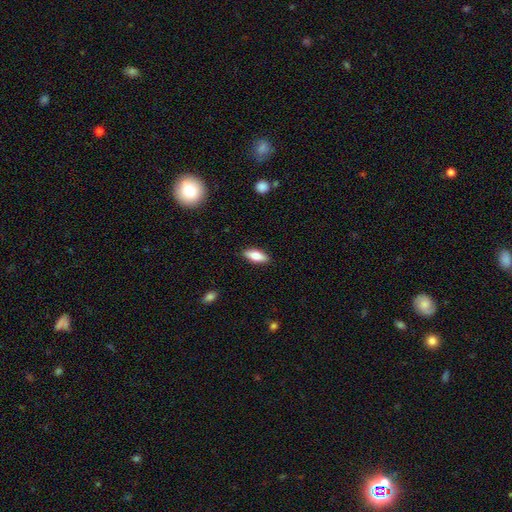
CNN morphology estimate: smooth_or_featured: smooth (p=0.76) [alt: featured or disk p=0.17]
how_rounded: in between (p=0.73) [alt: cigar-shaped p=0.25]
merging: none (p=0.88) [alt: minor disturbance p=0.09]